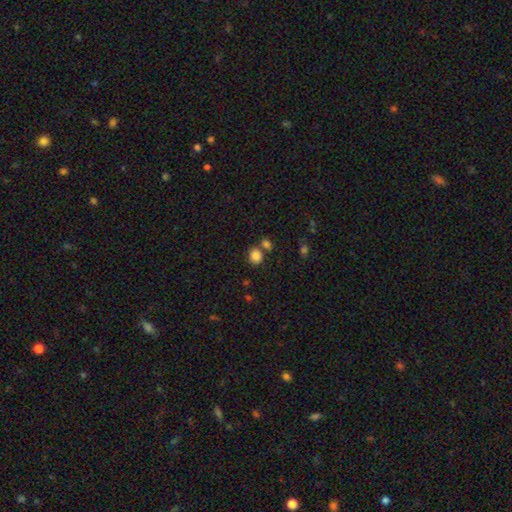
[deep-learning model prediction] Smooth or featured? Predicted: smooth (p=0.84). How rounded? Predicted: round (p=0.65). Merging? Predicted: none (p=0.60).